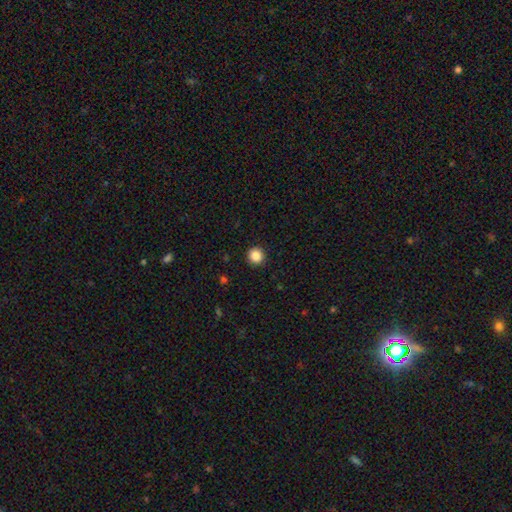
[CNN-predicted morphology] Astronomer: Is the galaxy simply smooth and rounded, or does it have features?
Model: smooth — 88%.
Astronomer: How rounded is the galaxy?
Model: round — 94%.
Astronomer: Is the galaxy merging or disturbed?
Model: none — 92%.